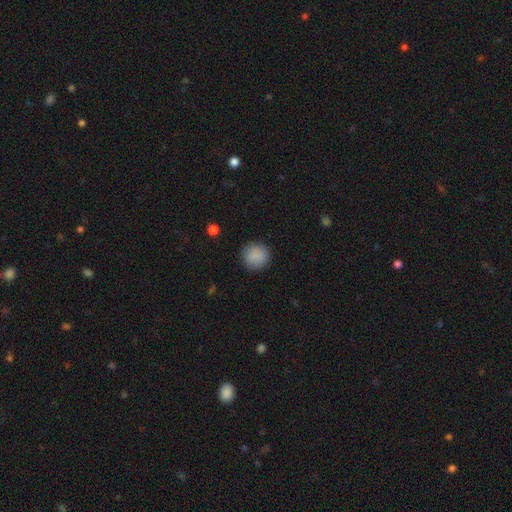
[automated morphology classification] This appears to be a smooth galaxy with no disk features (88%) that is round (91%). Merging: none (88%).